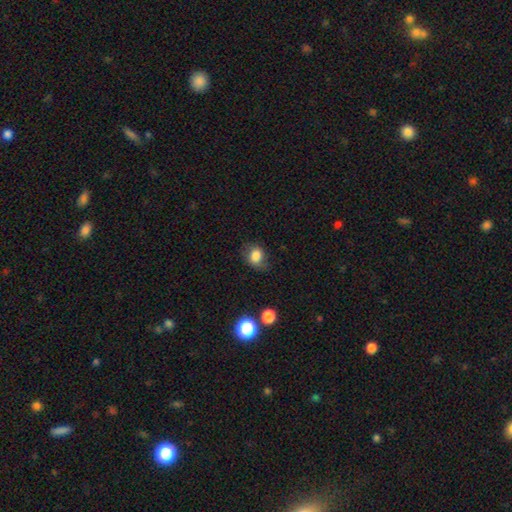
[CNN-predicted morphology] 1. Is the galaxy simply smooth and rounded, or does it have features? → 79% smooth, 11% featured or disk, 10% star or artifact.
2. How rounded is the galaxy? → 52% round, 47% in between, 1% cigar-shaped.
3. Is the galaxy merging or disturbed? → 63% none, 25% minor disturbance, 10% major disturbance, 2% merger.